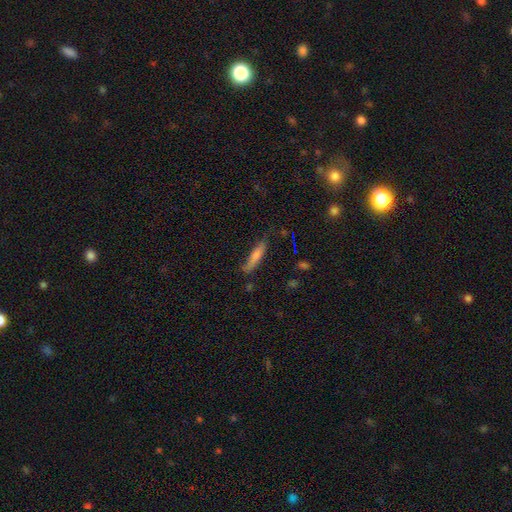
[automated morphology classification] type=smooth (75%); roundness=cigar-shaped (81%); merging=none (70%).